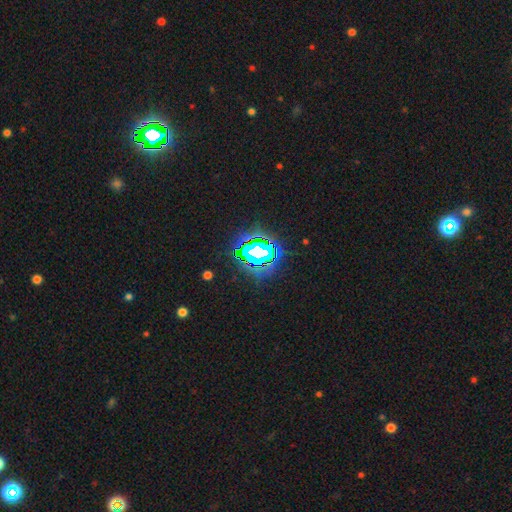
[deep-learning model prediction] This is clearly a star or artifact rather than a galaxy (80%).